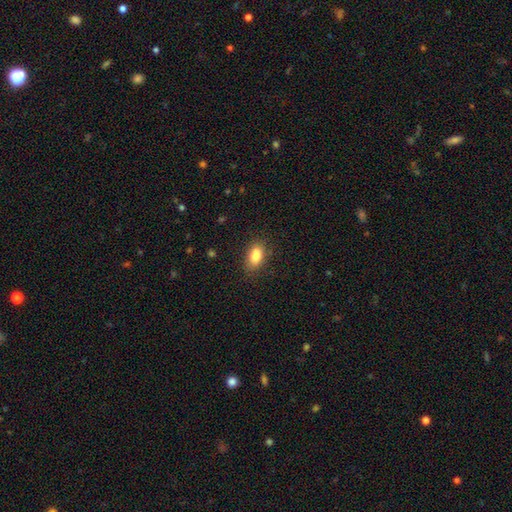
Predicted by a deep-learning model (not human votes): Smooth or featured?
  - smooth: 85% *
  - star or artifact: 8%
  - featured or disk: 7%
How rounded?
  - in between: 89% *
  - round: 6%
  - cigar-shaped: 5%
Merging?
  - none: 83% *
  - minor disturbance: 12%
  - major disturbance: 3%
  - merger: 1%